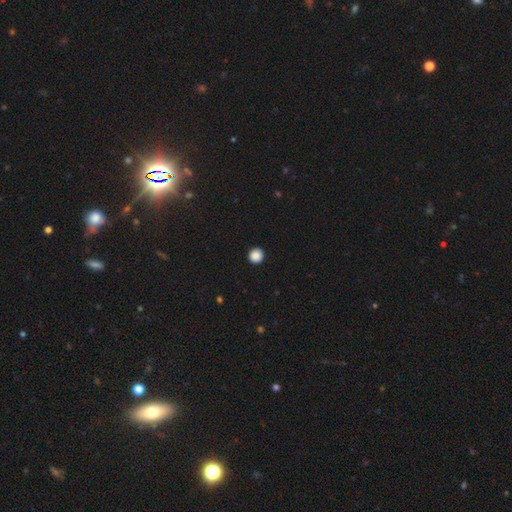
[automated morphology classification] Q: Smooth or featured?
A: smooth (88%); runner-up: star or artifact (10%)
Q: How rounded?
A: round (95%); runner-up: in between (4%)
Q: Merging?
A: none (94%); runner-up: minor disturbance (4%)